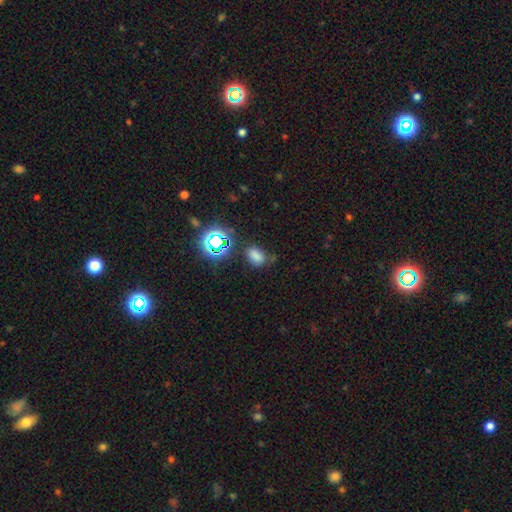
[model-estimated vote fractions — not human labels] smooth 67%, star or artifact 26%, featured or disk 7%. Down the decision tree: how rounded — in between (80%); merging — none (66%).